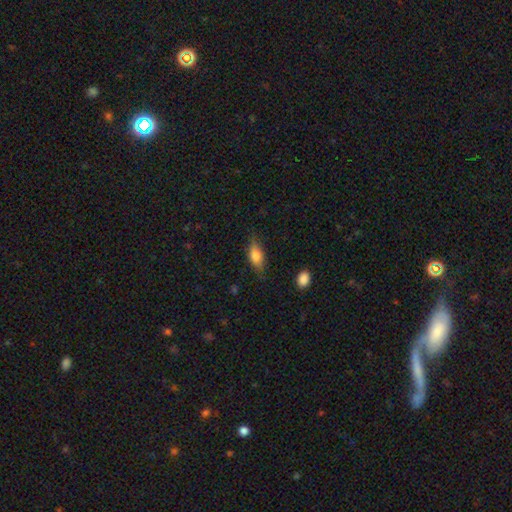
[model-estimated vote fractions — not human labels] The model was most divided on "smooth or featured": smooth: 70%, featured or disk: 22%, star or artifact: 8%. More confident: how rounded — in between (78%); merging — none (74%).